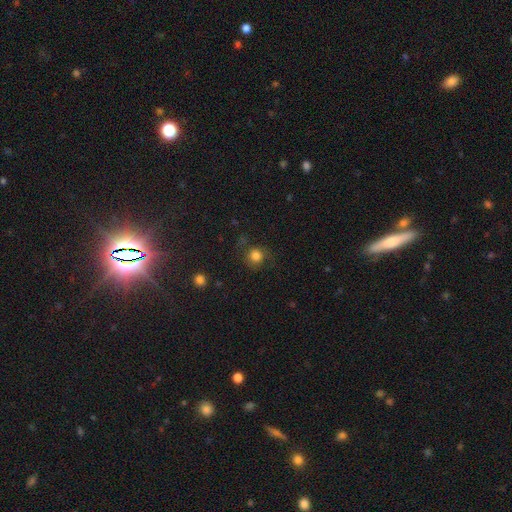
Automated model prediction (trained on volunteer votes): Q: Smooth or featured?
A: smooth (79%); runner-up: star or artifact (12%)
Q: How rounded?
A: round (87%); runner-up: in between (12%)
Q: Merging?
A: none (70%); runner-up: minor disturbance (17%)